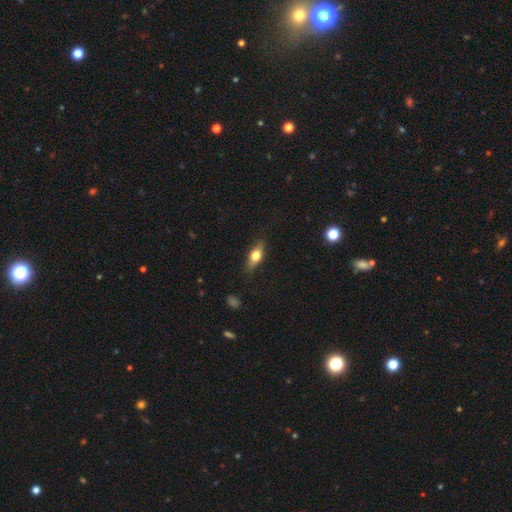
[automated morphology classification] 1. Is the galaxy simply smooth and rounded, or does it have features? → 57% smooth, 35% featured or disk, 7% star or artifact.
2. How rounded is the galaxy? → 64% in between, 30% cigar-shaped, 6% round.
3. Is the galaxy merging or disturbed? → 82% none, 13% minor disturbance, 3% major disturbance, 1% merger.